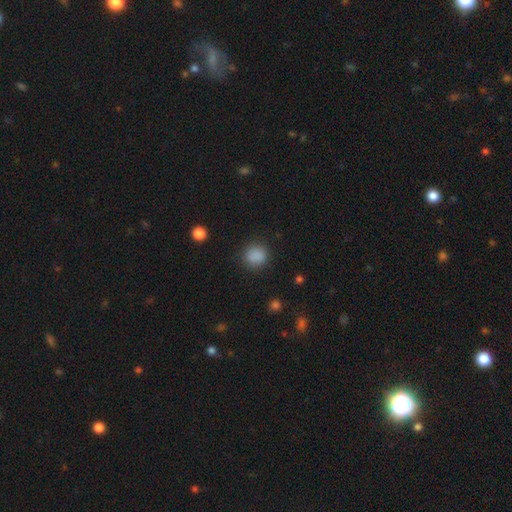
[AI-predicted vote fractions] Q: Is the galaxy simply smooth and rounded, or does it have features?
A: smooth — 87%.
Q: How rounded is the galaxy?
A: round — 87%.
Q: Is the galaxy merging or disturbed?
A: none — 87%.